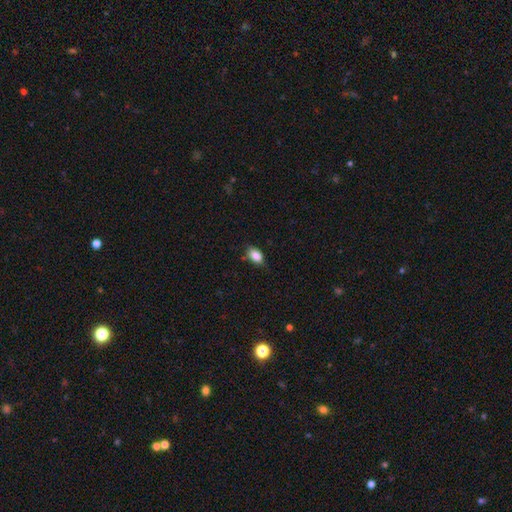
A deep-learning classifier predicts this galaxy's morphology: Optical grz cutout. It shows a smooth galaxy with no disk features (86%) that is in between round and cigar-shaped (88%). Merging: none (76%).